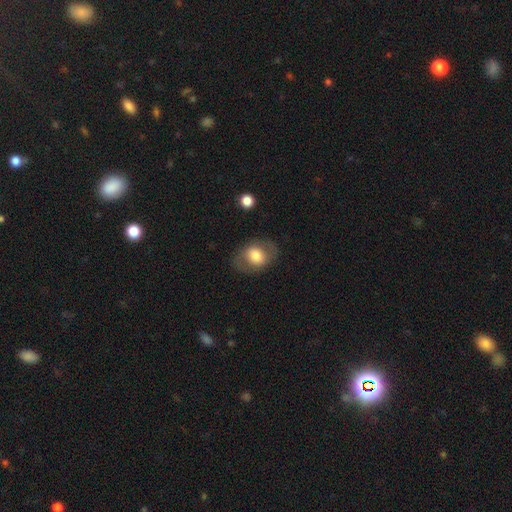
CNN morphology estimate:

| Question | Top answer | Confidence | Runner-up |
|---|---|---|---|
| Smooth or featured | smooth | 63% | featured or disk (30%) |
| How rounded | in between | 64% | round (35%) |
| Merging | none | 77% | minor disturbance (13%) |